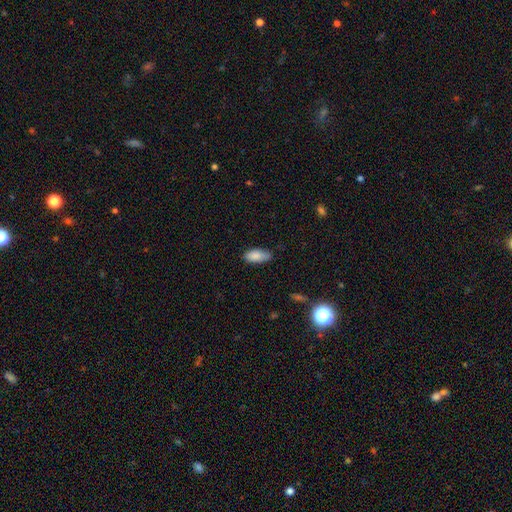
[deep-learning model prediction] This is clearly a smooth galaxy (85%). How rounded: clearly in between (88%). Merging: likely none (74%).